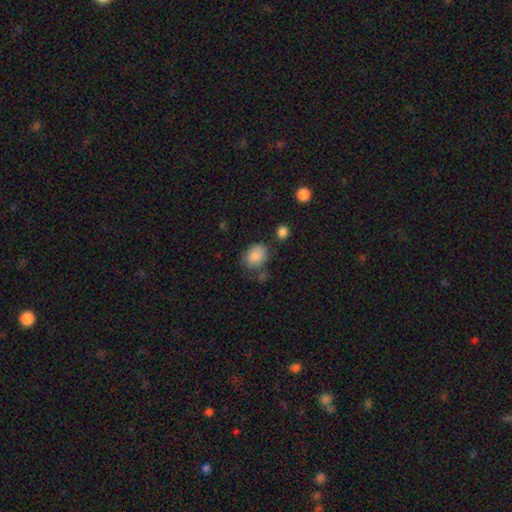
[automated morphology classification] Smooth or featured? smooth (86%)
How rounded? in between (58%)
Merging? none (62%)